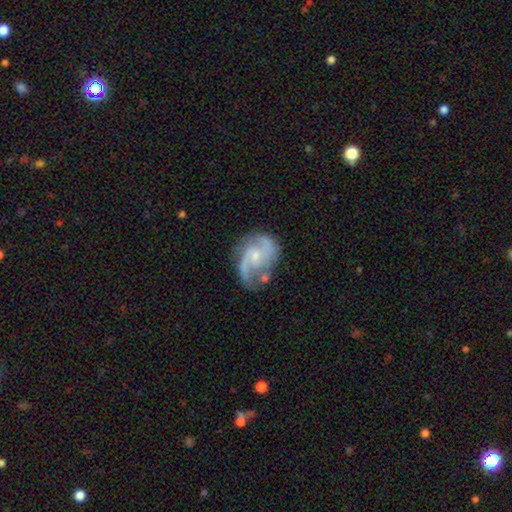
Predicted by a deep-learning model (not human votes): Morphology: type=featured or disk (88%); edge-on=no (98%); bar=no (56%); spiral arms=yes (97%); winding=medium (56%); arm count=2 (85%); bulge=small (61%); merging=none (59%).